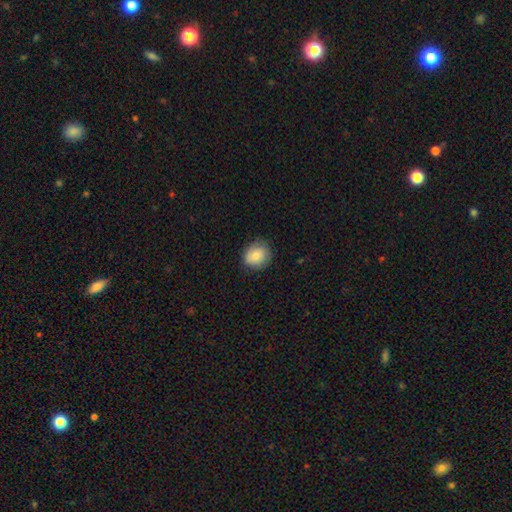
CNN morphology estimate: The model was most divided on "how rounded": round: 74%, in between: 25%, cigar-shaped: 1%. More confident: merging — none (79%); smooth or featured — smooth (78%).